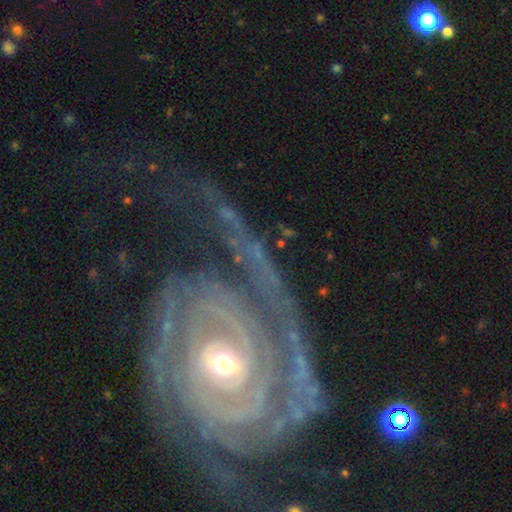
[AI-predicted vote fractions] Overall: featured or disk (85%). Edge-on disk: no (93%). Bar: no (46%; weak 30%). Spiral arms: yes (90%). Spiral arm count: 2 (34%; can't tell 27%). Spiral winding: tight (65%). Bulge size: moderate (54%; small 39%). Merging: none (57%; major disturbance 22%).